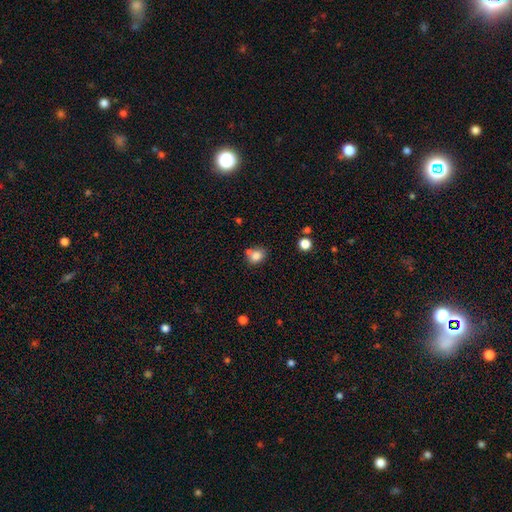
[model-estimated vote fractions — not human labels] smooth-or-featured: smooth: 81% | star or artifact: 11% | featured or disk: 8%
  how-rounded: round: 54% | in between: 45% | cigar-shaped: 1%
  merging: none: 58% | merger: 22% | minor disturbance: 16% | major disturbance: 5%